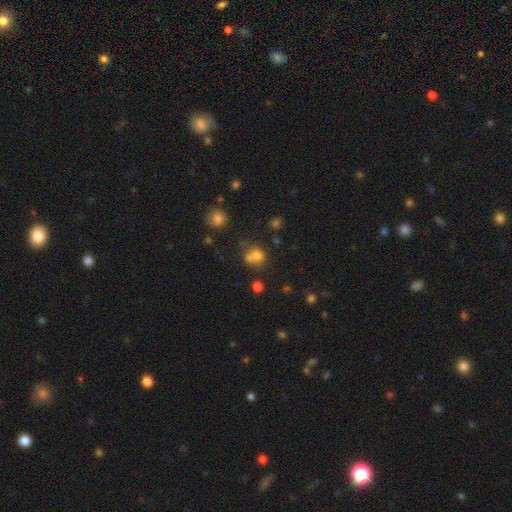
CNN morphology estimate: Smooth or featured? Predicted: smooth (p=0.72). How rounded? Predicted: round (p=0.79). Merging? Predicted: none (p=0.43).